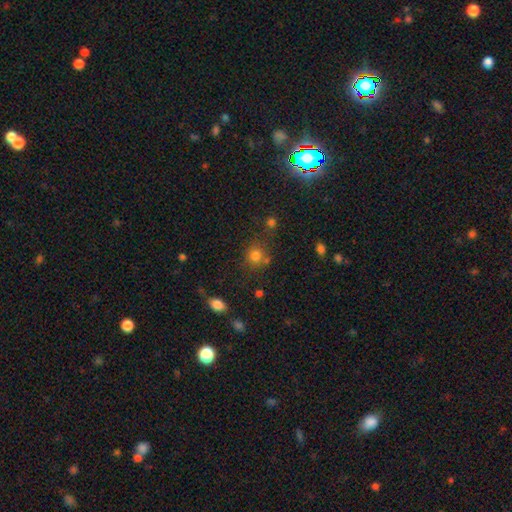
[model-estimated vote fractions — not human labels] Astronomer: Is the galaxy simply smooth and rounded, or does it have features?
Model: smooth — 77%.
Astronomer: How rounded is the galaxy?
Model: round — 84%.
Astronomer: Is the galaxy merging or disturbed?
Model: none — 66%.